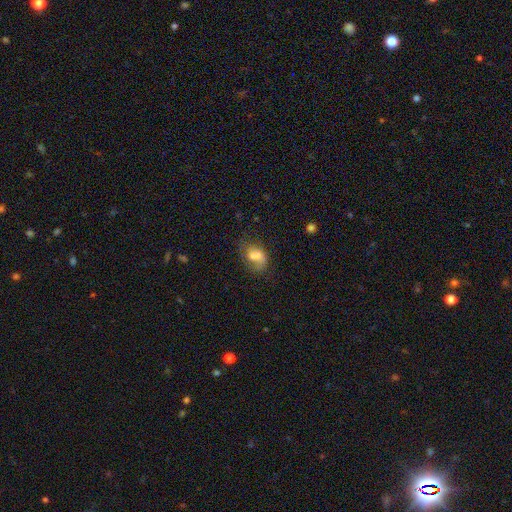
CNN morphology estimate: Smooth or featured? Predicted: smooth (p=0.51). How rounded? Predicted: in between (p=0.74). Merging? Predicted: none (p=0.34).